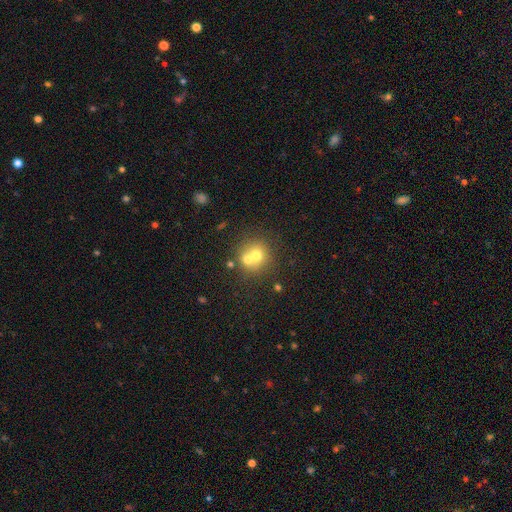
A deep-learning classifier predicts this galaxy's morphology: smooth-or-featured: smooth: 67% | featured or disk: 21% | star or artifact: 13%
  how-rounded: round: 86% | in between: 13% | cigar-shaped: 1%
  merging: merger: 49% | none: 41% | minor disturbance: 7% | major disturbance: 3%